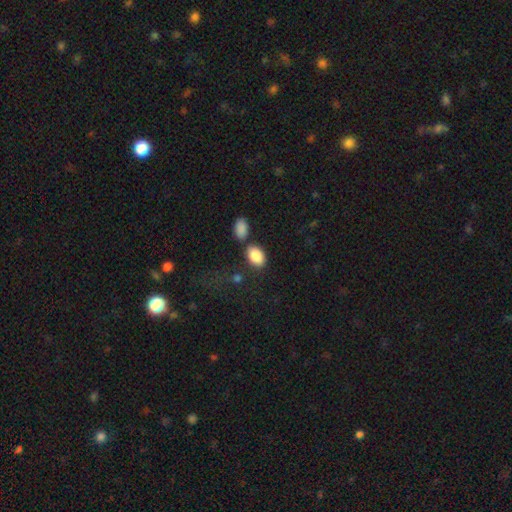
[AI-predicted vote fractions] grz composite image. It shows a smooth galaxy with no disk features (88%) that is in between round and cigar-shaped (89%). Merging: none (65%).